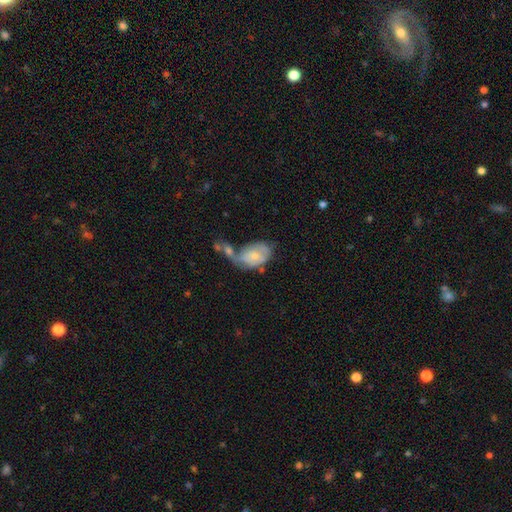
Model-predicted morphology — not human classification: This is possibly a smooth galaxy (54%). How rounded: clearly in between (85%). Merging: marginally merger (41%).